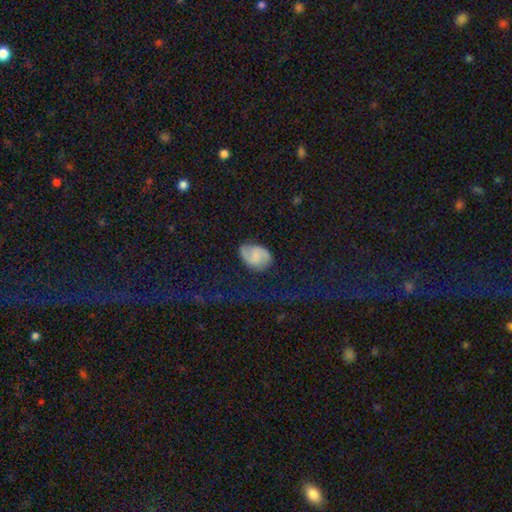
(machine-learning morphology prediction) Smooth or featured: featured or disk — 55% (smooth — 36%)
Edge-on disk: no — 98% (yes — 2%)
Bar: no — 47% (weak — 42%)
Spiral arms: yes — 91% (no — 9%)
Bulge size: none — 55% (small — 24%)
Merging: none — 71% (minor disturbance — 20%)